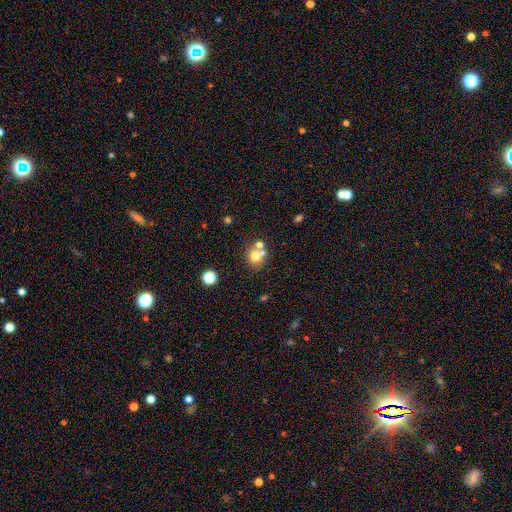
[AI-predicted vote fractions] smooth 71%, star or artifact 15%, featured or disk 14%. Down the decision tree: how rounded — round (81%); merging — none (56%).